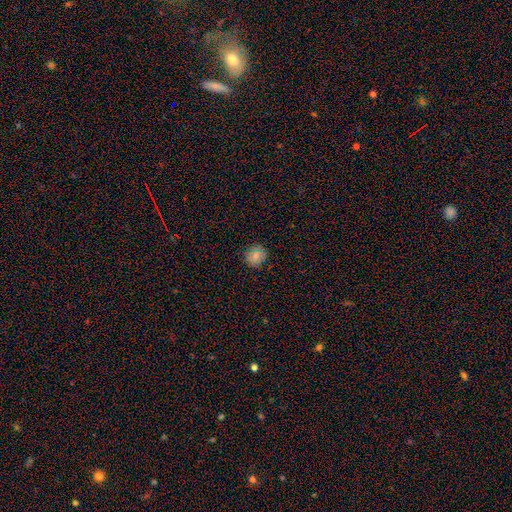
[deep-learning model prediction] smooth-or-featured: smooth: 83% | star or artifact: 10% | featured or disk: 7%
  how-rounded: round: 87% | in between: 12% | cigar-shaped: 1%
  merging: none: 87% | minor disturbance: 10% | major disturbance: 2% | merger: 1%